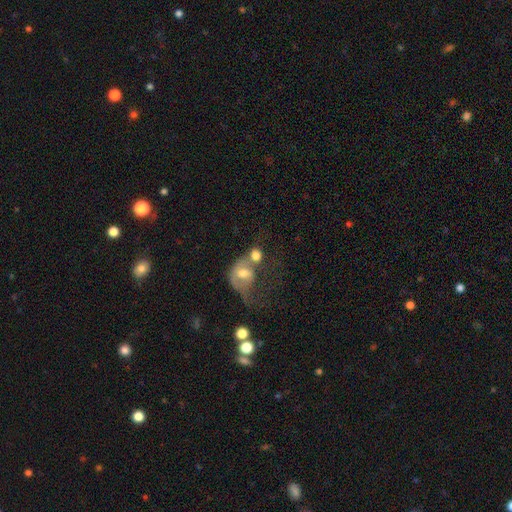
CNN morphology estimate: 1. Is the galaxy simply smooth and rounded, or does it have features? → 62% smooth, 28% featured or disk, 10% star or artifact.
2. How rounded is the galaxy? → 60% round, 38% in between, 2% cigar-shaped.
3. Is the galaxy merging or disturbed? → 57% merger, 18% none, 15% major disturbance, 9% minor disturbance.